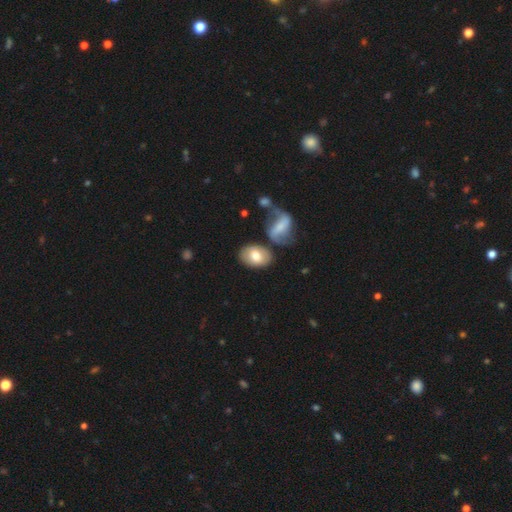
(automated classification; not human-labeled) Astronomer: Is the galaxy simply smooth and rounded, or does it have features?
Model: smooth — 68%.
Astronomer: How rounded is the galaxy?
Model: in between — 84%.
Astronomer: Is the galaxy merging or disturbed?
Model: none — 64%.